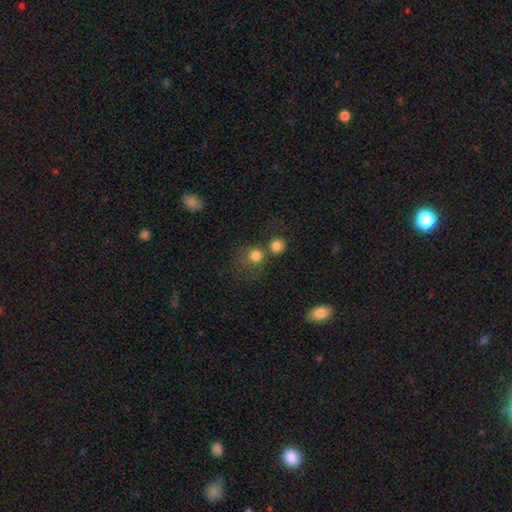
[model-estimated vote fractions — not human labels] The model was most divided on "merging": none: 55%, merger: 30%, minor disturbance: 10%, major disturbance: 5%. More confident: how rounded — round (88%); smooth or featured — smooth (79%).